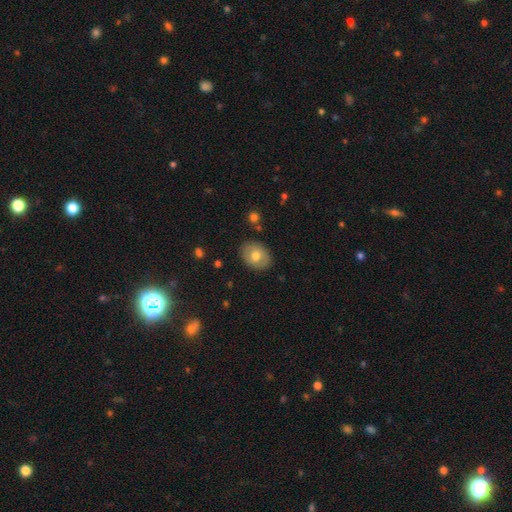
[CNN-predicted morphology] A smooth galaxy with no disk features (65%) that is in between round and cigar-shaped (63%). Merging: none (86%).